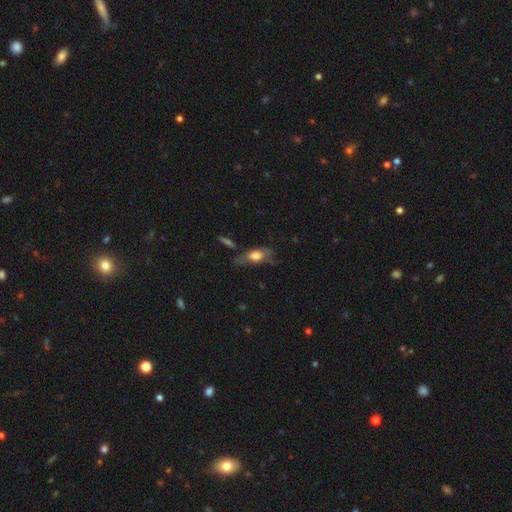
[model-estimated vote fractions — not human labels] smooth_or_featured: smooth (p=0.60) [alt: featured or disk p=0.31]
how_rounded: in between (p=0.77) [alt: cigar-shaped p=0.17]
merging: none (p=0.46) [alt: minor disturbance p=0.30]